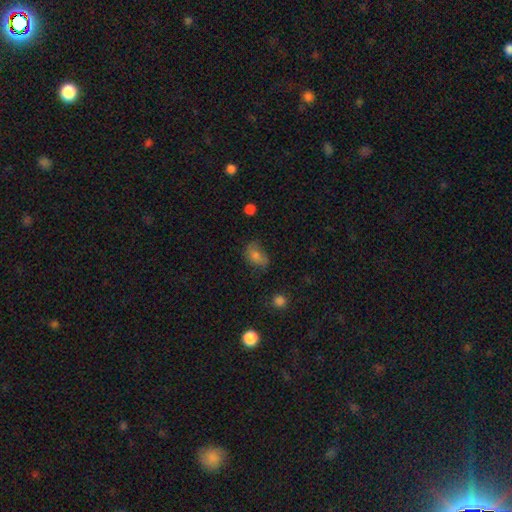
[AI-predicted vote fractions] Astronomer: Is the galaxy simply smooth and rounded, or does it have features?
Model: smooth — 70%.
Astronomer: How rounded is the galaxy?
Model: in between — 74%.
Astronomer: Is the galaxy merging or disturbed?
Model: none — 49% (runner-up: minor disturbance, 32%).